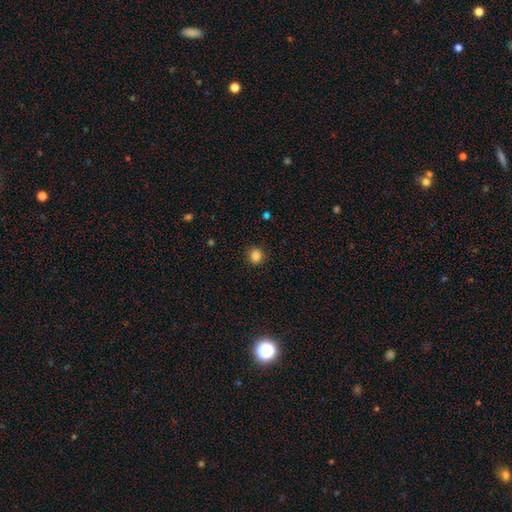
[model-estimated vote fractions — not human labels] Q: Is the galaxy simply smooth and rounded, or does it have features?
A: smooth — 85%.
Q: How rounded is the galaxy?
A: round — 83%.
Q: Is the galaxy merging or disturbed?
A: none — 90%.